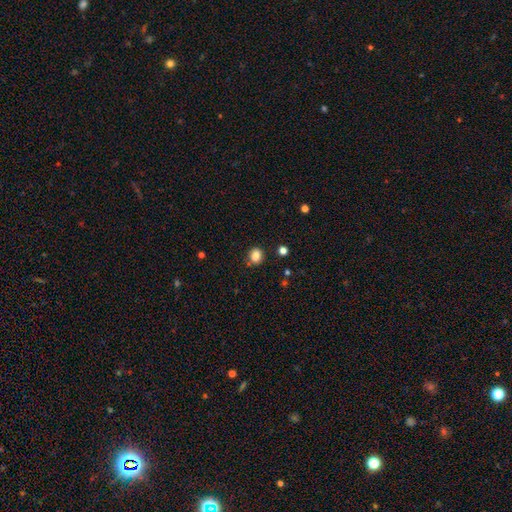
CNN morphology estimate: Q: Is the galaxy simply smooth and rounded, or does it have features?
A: smooth — 84%.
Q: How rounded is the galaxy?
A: round — 58%.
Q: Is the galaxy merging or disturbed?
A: none — 80%.